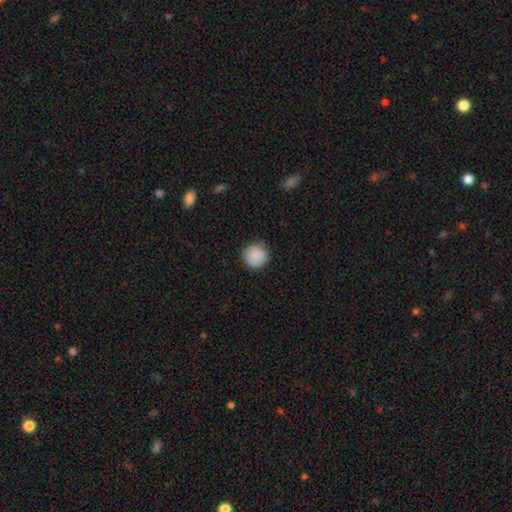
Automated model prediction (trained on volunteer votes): Smooth or featured? Predicted: smooth (p=0.89). How rounded? Predicted: round (p=0.95). Merging? Predicted: none (p=0.89).